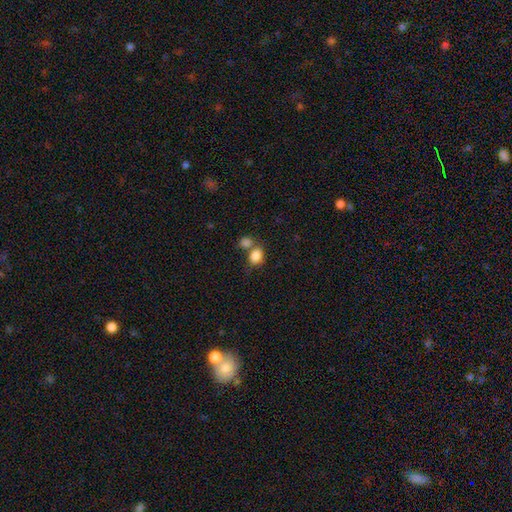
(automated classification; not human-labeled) smooth-or-featured: smooth: 85% | star or artifact: 9% | featured or disk: 7%
  how-rounded: in between: 63% | round: 35% | cigar-shaped: 1%
  merging: none: 44% | merger: 39% | minor disturbance: 12% | major disturbance: 5%